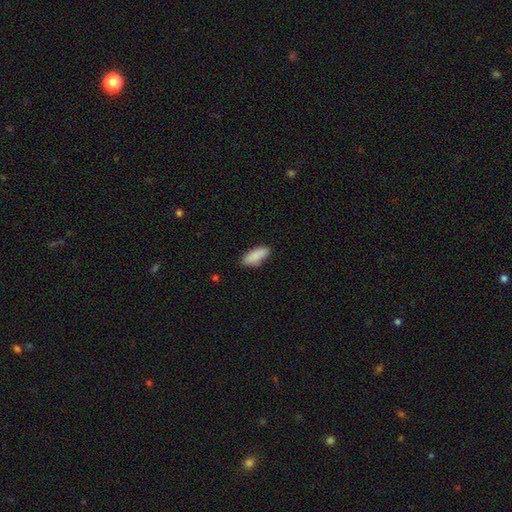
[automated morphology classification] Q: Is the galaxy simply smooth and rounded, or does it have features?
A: smooth — 89%.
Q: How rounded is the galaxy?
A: in between — 76%.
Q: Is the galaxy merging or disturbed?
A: none — 82%.